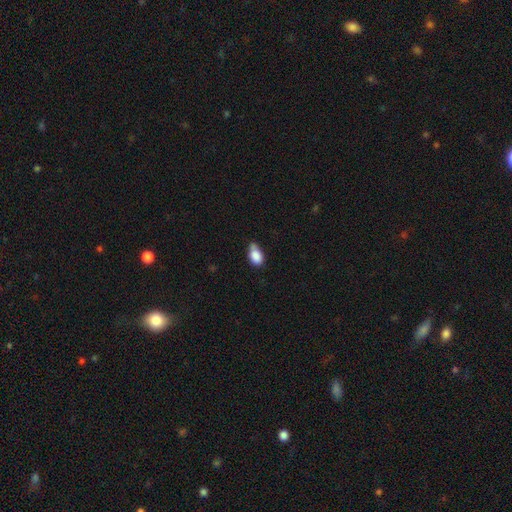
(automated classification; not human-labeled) This appears to be a smooth galaxy with no disk features (85%) that is in between round and cigar-shaped (87%). Merging: none (45%).